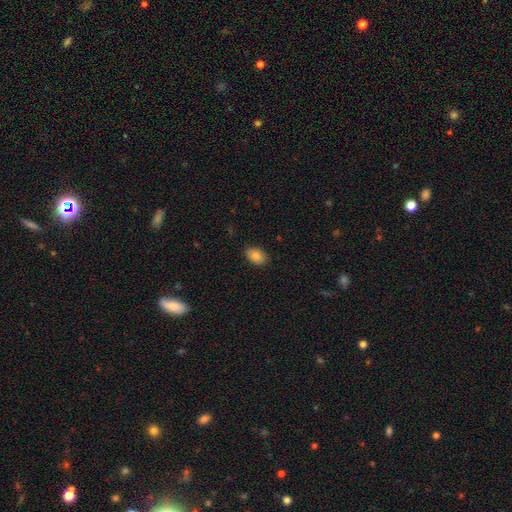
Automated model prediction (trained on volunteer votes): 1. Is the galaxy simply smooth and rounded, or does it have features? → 82% smooth, 10% featured or disk, 8% star or artifact.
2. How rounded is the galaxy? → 83% in between, 16% round, 1% cigar-shaped.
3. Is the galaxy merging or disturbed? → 87% none, 10% minor disturbance, 2% major disturbance, 1% merger.